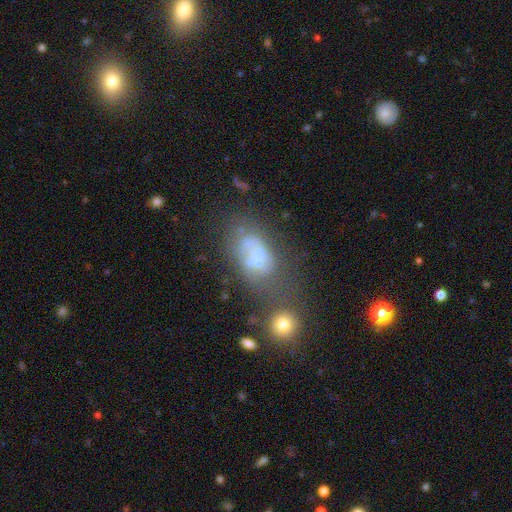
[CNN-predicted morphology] Smooth or featured: featured or disk — 47% (smooth — 39%)
Merging: none — 31% (merger — 26%)